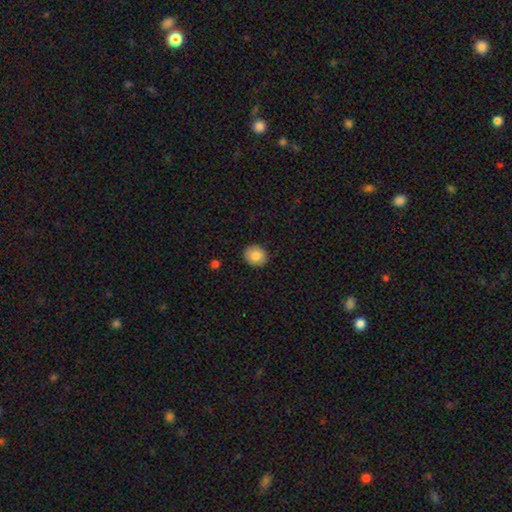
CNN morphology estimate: Smooth or featured? smooth (84%)
How rounded? round (78%)
Merging? none (89%)